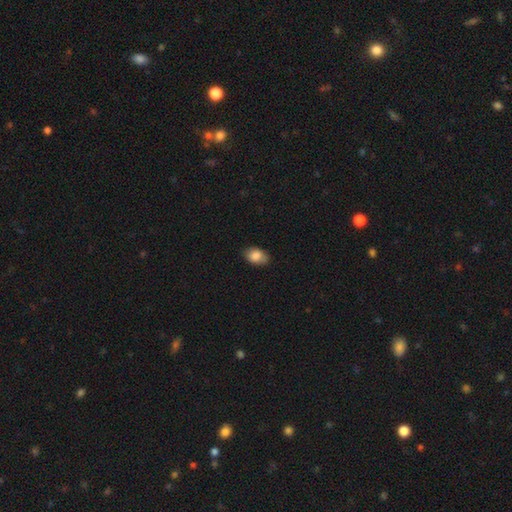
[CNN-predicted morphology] smooth 85%, featured or disk 8%, star or artifact 7%. Down the decision tree: how rounded — in between (87%); merging — none (83%).